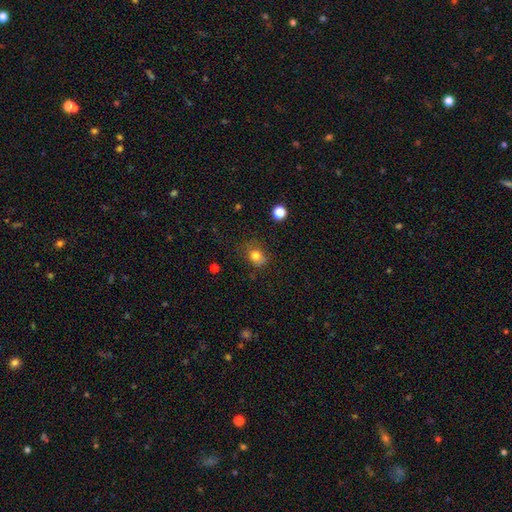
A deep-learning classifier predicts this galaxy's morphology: Overall: smooth (78%). How rounded: round (57%; in between 42%). Merging: none (61%; minor disturbance 26%).